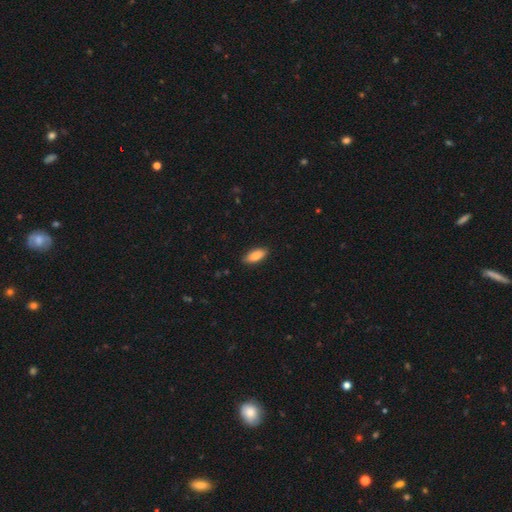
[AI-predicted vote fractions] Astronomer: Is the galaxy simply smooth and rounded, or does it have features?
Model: smooth — 83%.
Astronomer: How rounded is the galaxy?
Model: in between — 82%.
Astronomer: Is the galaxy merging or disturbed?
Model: none — 88%.